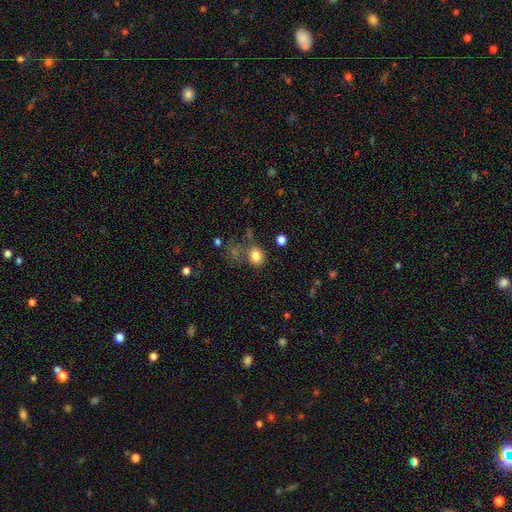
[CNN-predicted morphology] Smooth or featured?
  - smooth: 83% *
  - star or artifact: 11%
  - featured or disk: 6%
How rounded?
  - round: 55% *
  - in between: 43%
  - cigar-shaped: 1%
Merging?
  - none: 62% *
  - minor disturbance: 17%
  - merger: 12%
  - major disturbance: 9%